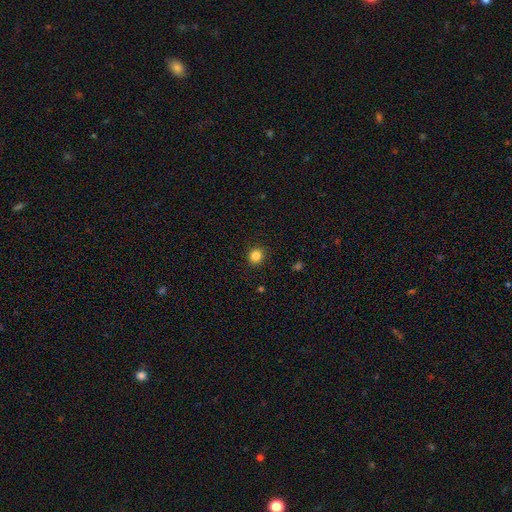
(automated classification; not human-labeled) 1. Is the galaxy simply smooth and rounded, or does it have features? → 84% smooth, 12% star or artifact, 4% featured or disk.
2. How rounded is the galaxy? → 91% round, 8% in between, 1% cigar-shaped.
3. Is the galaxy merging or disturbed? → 91% none, 6% minor disturbance, 2% major disturbance, 1% merger.